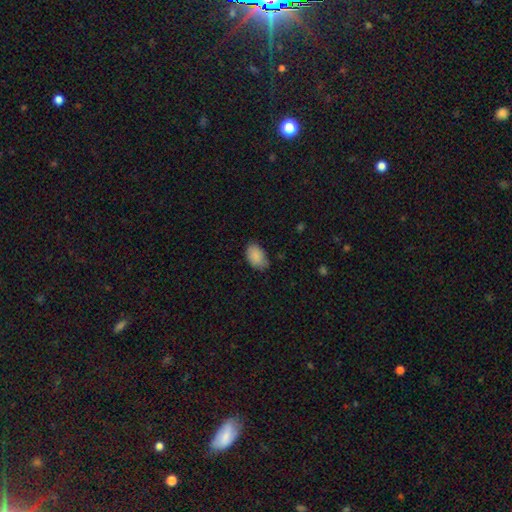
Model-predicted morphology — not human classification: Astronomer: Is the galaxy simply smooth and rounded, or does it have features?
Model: smooth — 89%.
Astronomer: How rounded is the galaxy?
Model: in between — 89%.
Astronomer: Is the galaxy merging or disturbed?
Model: none — 74%.